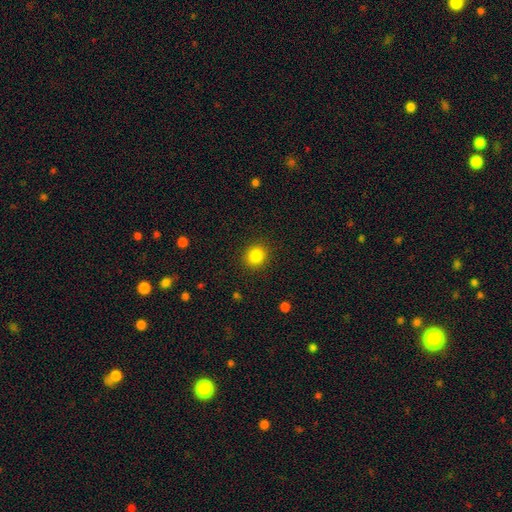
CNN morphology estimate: Overall: smooth (85%). How rounded: round (83%). Merging: none (90%).